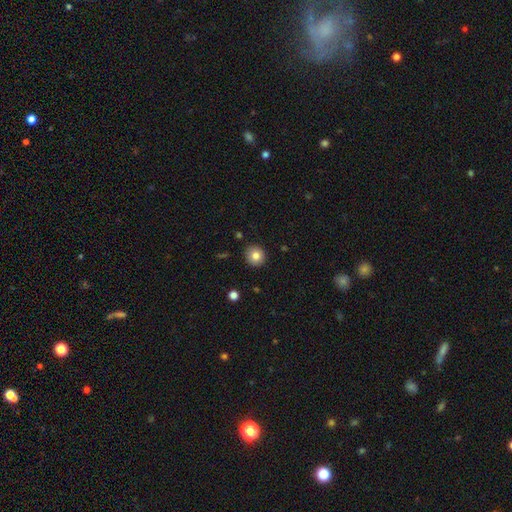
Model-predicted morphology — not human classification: smooth 82%, star or artifact 10%, featured or disk 8%. Down the decision tree: how rounded — round (92%); merging — none (91%).